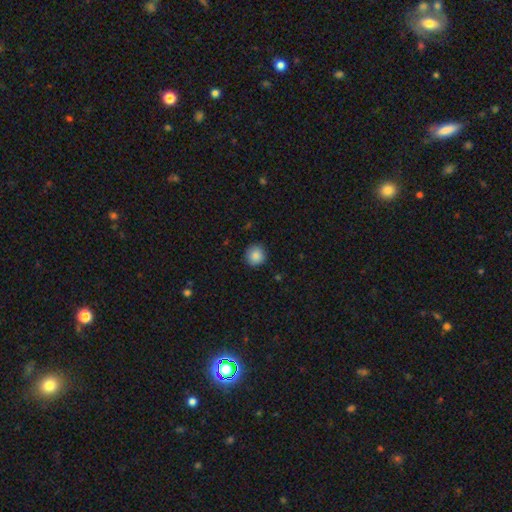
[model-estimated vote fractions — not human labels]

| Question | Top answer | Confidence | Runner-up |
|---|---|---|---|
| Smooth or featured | smooth | 87% | star or artifact (9%) |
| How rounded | round | 94% | in between (5%) |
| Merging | none | 90% | minor disturbance (7%) |